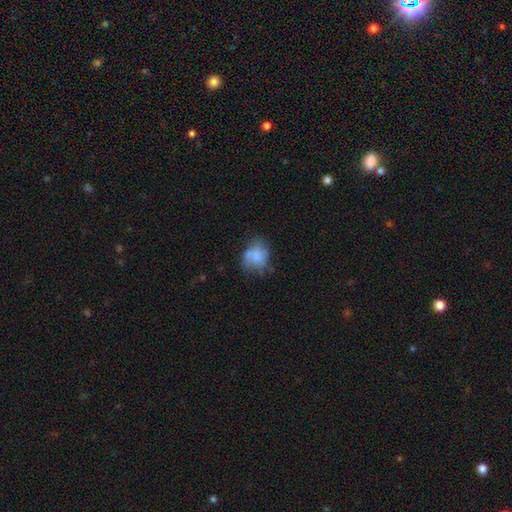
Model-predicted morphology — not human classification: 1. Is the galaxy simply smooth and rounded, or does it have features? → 66% smooth, 24% featured or disk, 10% star or artifact.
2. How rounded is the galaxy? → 53% round, 46% in between, 1% cigar-shaped.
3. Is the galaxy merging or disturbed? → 42% none, 30% minor disturbance, 17% major disturbance, 11% merger.